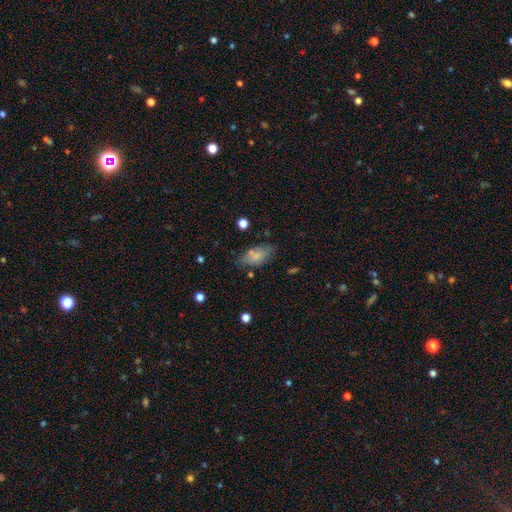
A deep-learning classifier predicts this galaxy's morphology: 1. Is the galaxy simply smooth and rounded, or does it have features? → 76% smooth, 16% featured or disk, 8% star or artifact.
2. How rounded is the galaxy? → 89% in between, 7% cigar-shaped, 4% round.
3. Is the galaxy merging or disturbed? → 65% none, 22% minor disturbance, 7% major disturbance, 6% merger.